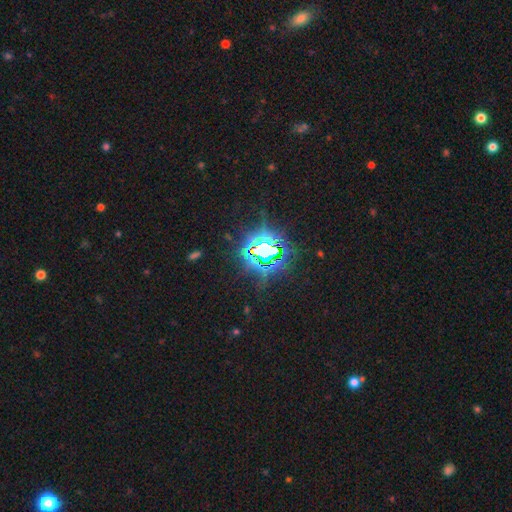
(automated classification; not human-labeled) Q: Smooth or featured?
A: star or artifact (84%); runner-up: smooth (9%)